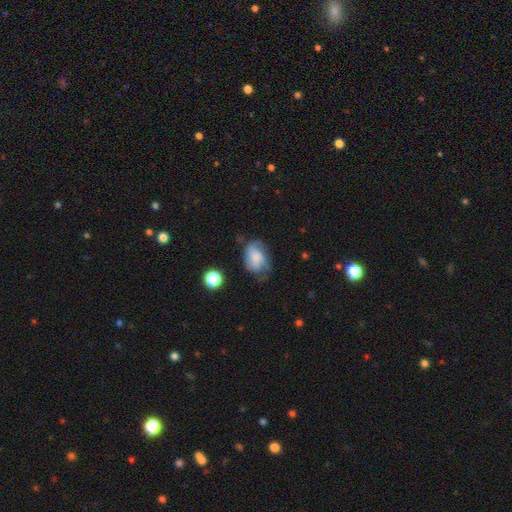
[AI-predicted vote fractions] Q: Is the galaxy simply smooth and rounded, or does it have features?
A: smooth — 53%.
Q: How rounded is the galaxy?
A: in between — 79%.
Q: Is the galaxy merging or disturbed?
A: none — 48%.